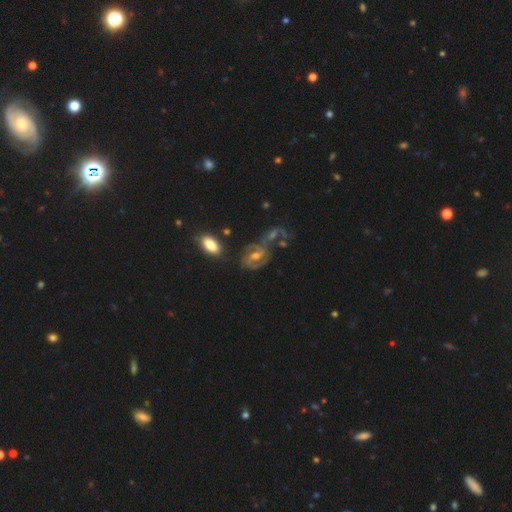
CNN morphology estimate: featured or disk 83%, smooth 10%, star or artifact 7%. Down the decision tree: edge-on disk — no (97%); bar — weak (48%); spiral arms — yes (92%); spiral arm count — 2 (77%); spiral winding — medium (50%); bulge size — moderate (55%); merging — none (43%).